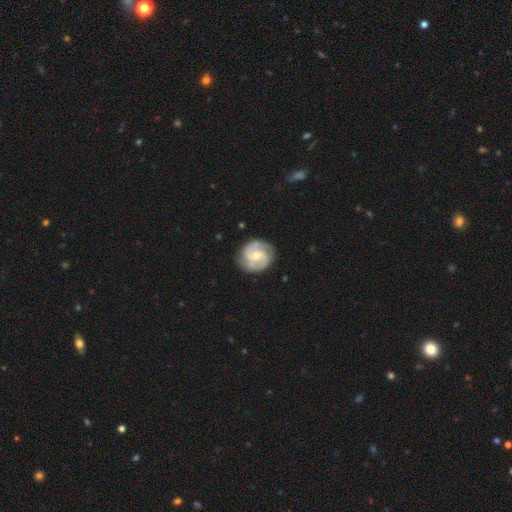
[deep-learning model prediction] A featured or disk galaxy (86%) with a weak bar (49%), 2 (81%) medium (49%) spiral arms (97%) and a moderate central bulge (50%). Merging: none (84%).